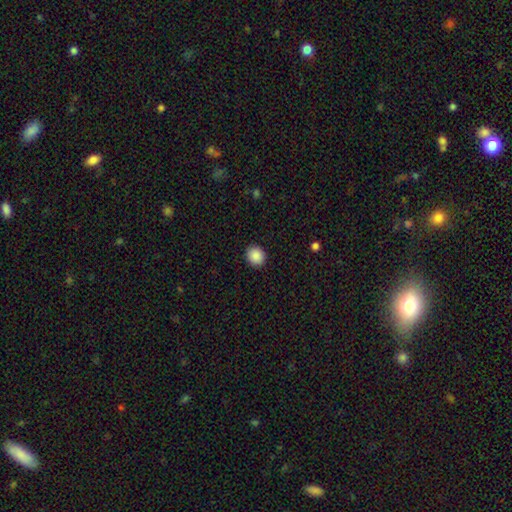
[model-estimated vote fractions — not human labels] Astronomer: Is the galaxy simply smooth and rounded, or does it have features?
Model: smooth — 89%.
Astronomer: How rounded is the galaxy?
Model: round — 78%.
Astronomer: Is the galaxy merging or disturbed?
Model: none — 91%.